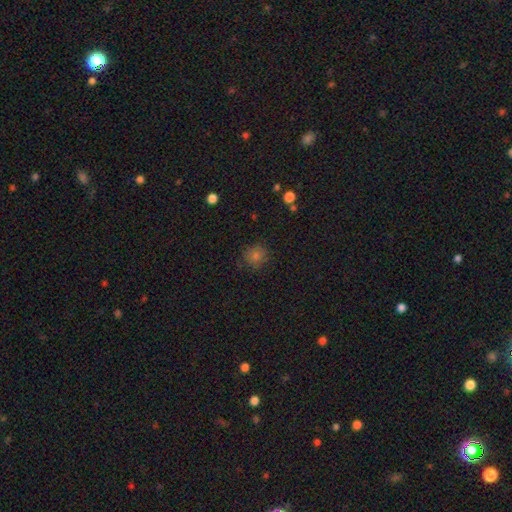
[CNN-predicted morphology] A smooth galaxy with no disk features (70%) that is round (91%).

Vote fractions:
- Smooth or featured? smooth: 70% / star or artifact: 21% / featured or disk: 9%
- How rounded? round: 91% / in between: 8% / cigar-shaped: 1%
- Merging? none: 86% / minor disturbance: 10% / major disturbance: 3% / merger: 1%